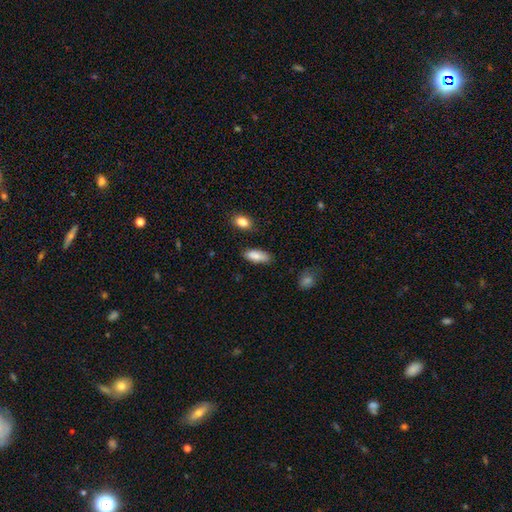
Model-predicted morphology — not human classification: Smooth or featured? smooth (85%)
How rounded? in between (76%)
Merging? none (79%)